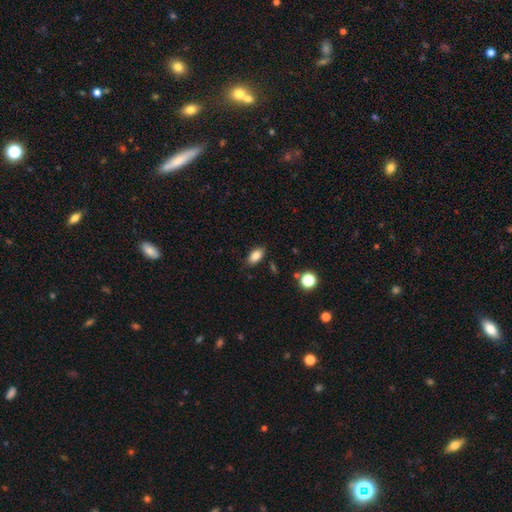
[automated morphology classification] The model was most divided on "merging": none: 85%, minor disturbance: 11%, major disturbance: 3%, merger: 2%. More confident: how rounded — in between (90%); smooth or featured — smooth (84%).